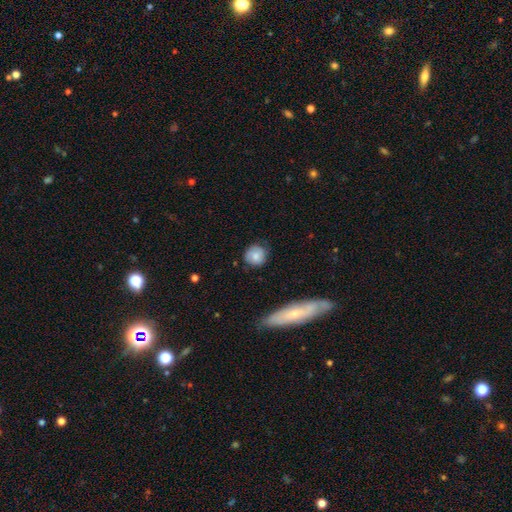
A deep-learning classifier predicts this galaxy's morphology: Smooth or featured?
  - smooth: 78% *
  - featured or disk: 15%
  - star or artifact: 7%
How rounded?
  - round: 85% *
  - in between: 14%
  - cigar-shaped: 2%
Merging?
  - none: 77% *
  - minor disturbance: 18%
  - major disturbance: 4%
  - merger: 2%